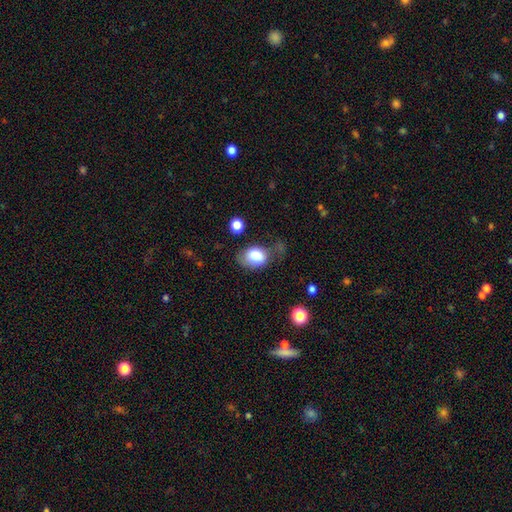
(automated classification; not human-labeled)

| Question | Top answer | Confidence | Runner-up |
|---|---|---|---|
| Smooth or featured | smooth | 82% | featured or disk (10%) |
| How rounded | in between | 73% | round (26%) |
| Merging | none | 45% | minor disturbance (31%) |